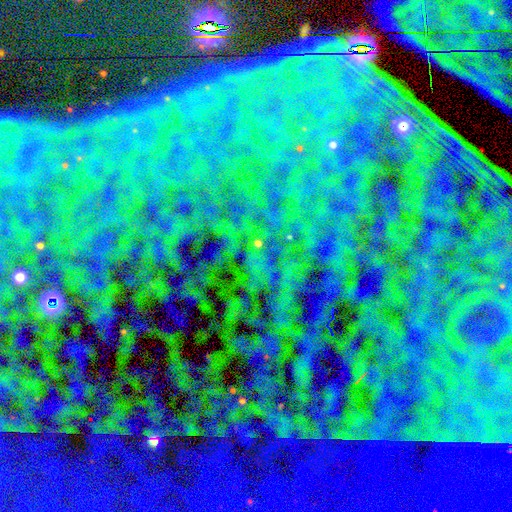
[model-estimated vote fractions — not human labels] A star or artifact, not a galaxy (84%).